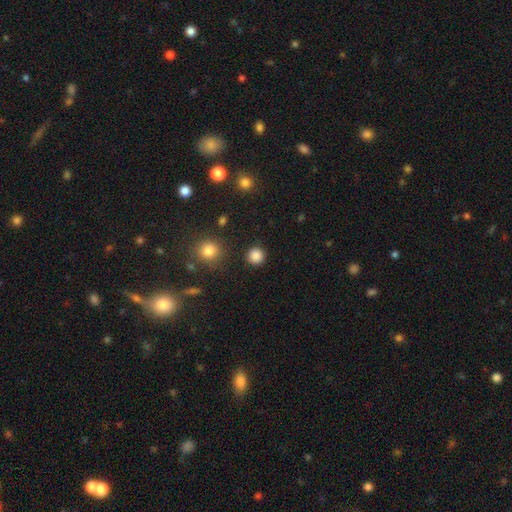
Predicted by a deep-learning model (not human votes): Smooth or featured? Predicted: smooth (p=0.86). How rounded? Predicted: round (p=0.94). Merging? Predicted: none (p=0.90).